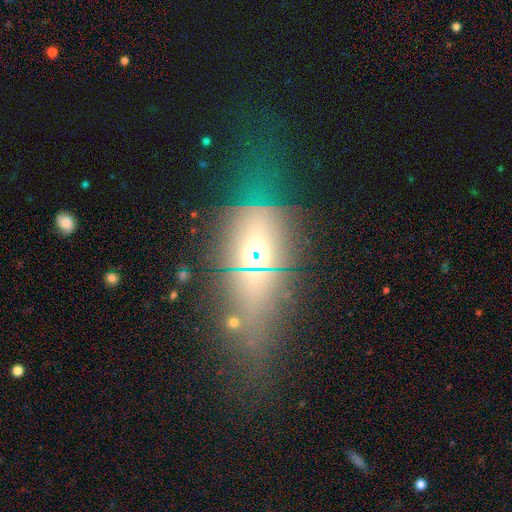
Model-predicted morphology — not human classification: This is marginally a smooth galaxy (37%). Merging: marginally none (39%).